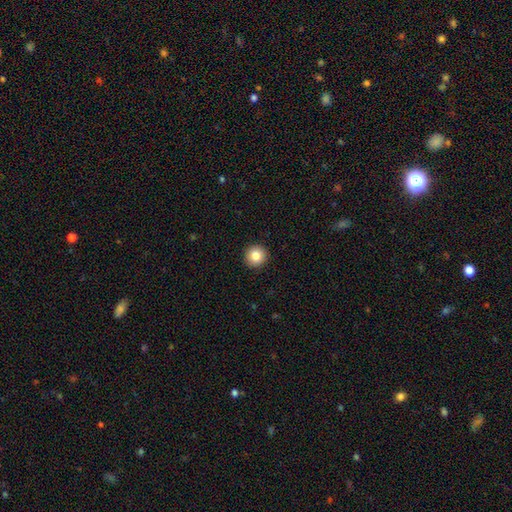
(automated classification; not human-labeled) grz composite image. It shows a smooth galaxy with no disk features (83%) that is round (95%). Merging: none (93%).